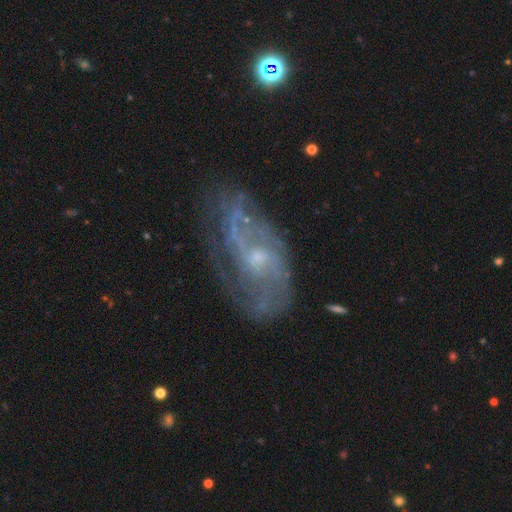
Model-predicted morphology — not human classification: This is clearly a featured or disk galaxy (80%). It is clearly not viewed edge-on (95%). Bar: possibly no (58%). Spiral arm pattern: clearly yes (87%). Spiral arm count: possibly 2 (46%). Spiral winding: marginally medium (42%). Central bulge: likely small (62%). Merging: likely none (61%).